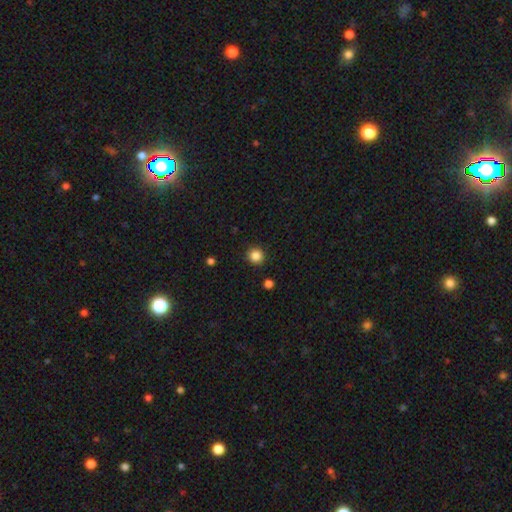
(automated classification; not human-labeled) Morphology: type=smooth (85%); roundness=round (94%); merging=none (91%).